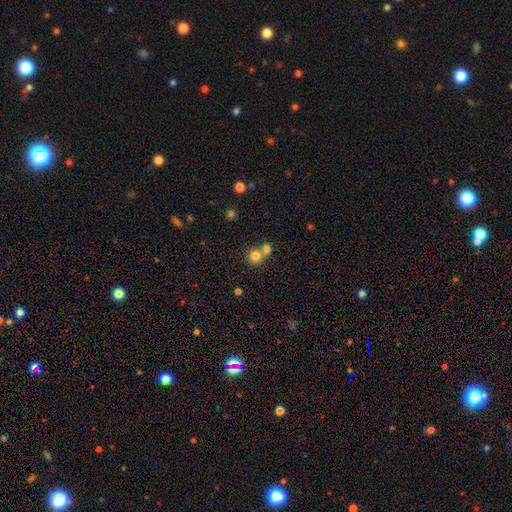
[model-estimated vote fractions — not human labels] Smooth or featured? Predicted: smooth (p=0.79). How rounded? Predicted: round (p=0.87). Merging? Predicted: merger (p=0.47).